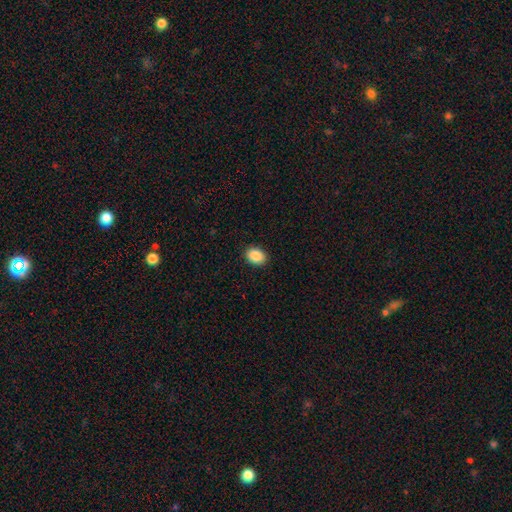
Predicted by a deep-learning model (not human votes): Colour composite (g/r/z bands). It shows a smooth galaxy with no disk features (89%) that is in between round and cigar-shaped (68%). Merging: none (91%).